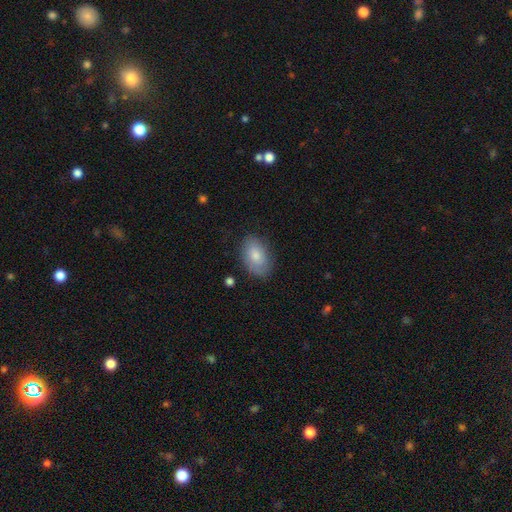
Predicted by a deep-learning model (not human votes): Morphology: type=smooth (80%); roundness=in between (92%); merging=none (80%).